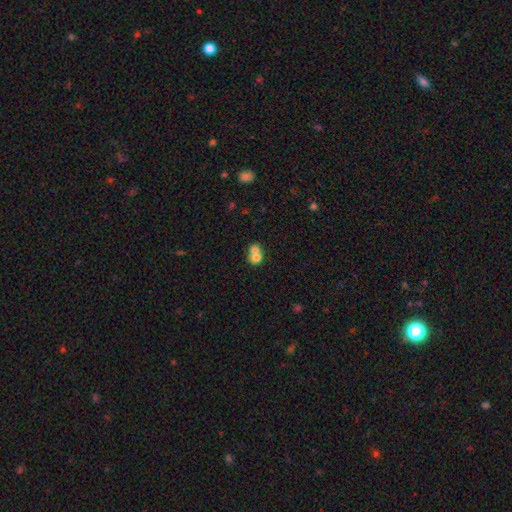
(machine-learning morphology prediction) Smooth or featured? smooth (69%)
How rounded? round (63%)
Merging? merger (69%)